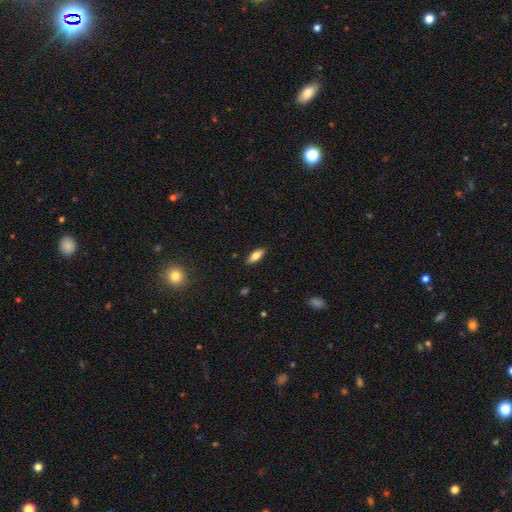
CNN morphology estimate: Smooth or featured: smooth — 75% (featured or disk — 17%)
How rounded: in between — 77% (cigar-shaped — 21%)
Merging: none — 88% (minor disturbance — 9%)